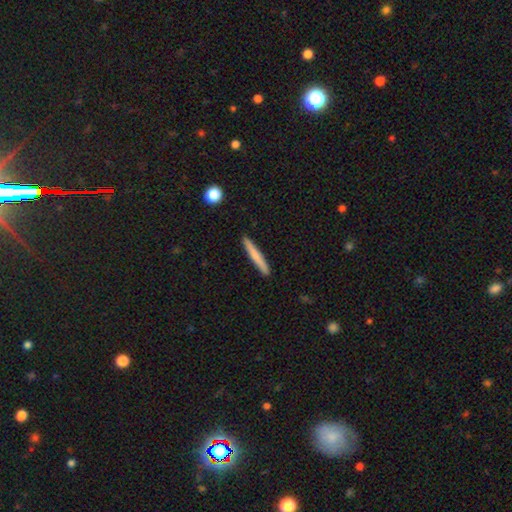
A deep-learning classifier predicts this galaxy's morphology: Smooth or featured? Predicted: smooth (p=0.69). How rounded? Predicted: cigar-shaped (p=0.96). Merging? Predicted: none (p=0.91).